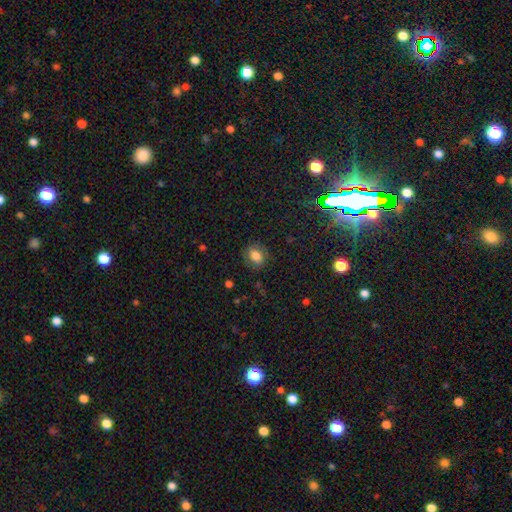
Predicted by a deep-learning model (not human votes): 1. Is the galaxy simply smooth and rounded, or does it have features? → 77% smooth, 12% featured or disk, 11% star or artifact.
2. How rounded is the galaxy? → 56% in between, 42% round, 1% cigar-shaped.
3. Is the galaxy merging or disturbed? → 80% none, 14% minor disturbance, 5% major disturbance, 1% merger.